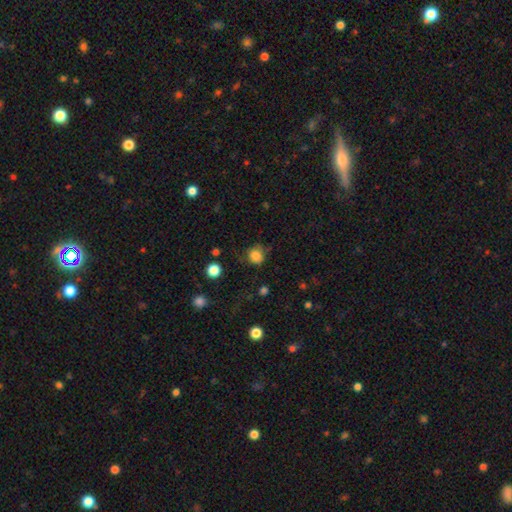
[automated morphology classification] smooth_or_featured: smooth (p=0.82) [alt: star or artifact p=0.12]
how_rounded: round (p=0.86) [alt: in between p=0.13]
merging: none (p=0.69) [alt: minor disturbance p=0.21]